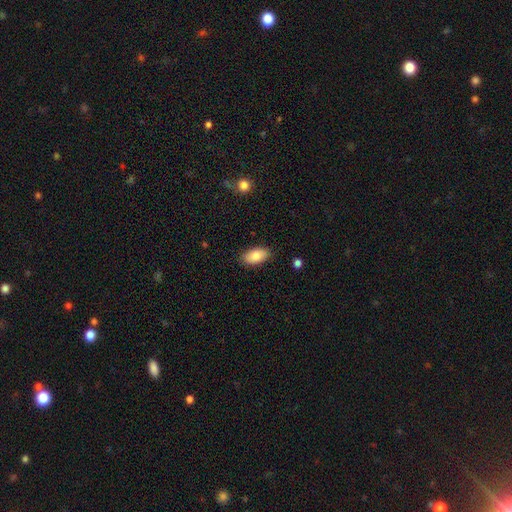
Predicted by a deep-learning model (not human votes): Smooth or featured?
  - smooth: 83% *
  - featured or disk: 10%
  - star or artifact: 7%
How rounded?
  - in between: 93% *
  - round: 4%
  - cigar-shaped: 3%
Merging?
  - none: 86% *
  - minor disturbance: 10%
  - major disturbance: 2%
  - merger: 1%